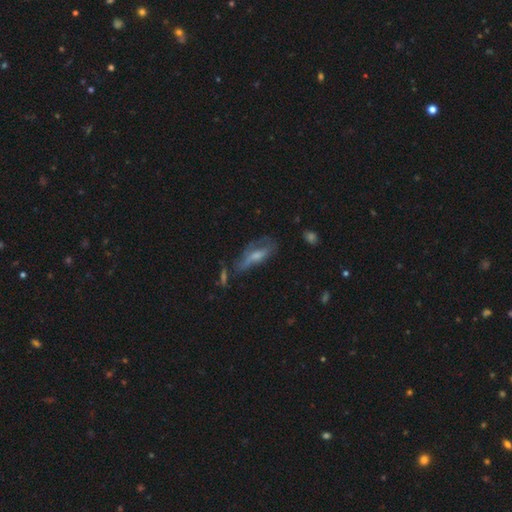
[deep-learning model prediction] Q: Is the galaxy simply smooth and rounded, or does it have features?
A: featured or disk — 49%.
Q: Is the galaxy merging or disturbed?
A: none — 38%.